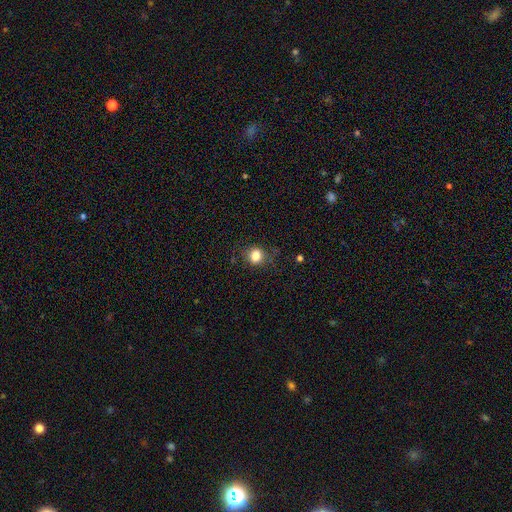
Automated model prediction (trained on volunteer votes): Smooth or featured? Predicted: smooth (p=0.82). How rounded? Predicted: round (p=0.68). Merging? Predicted: none (p=0.77).